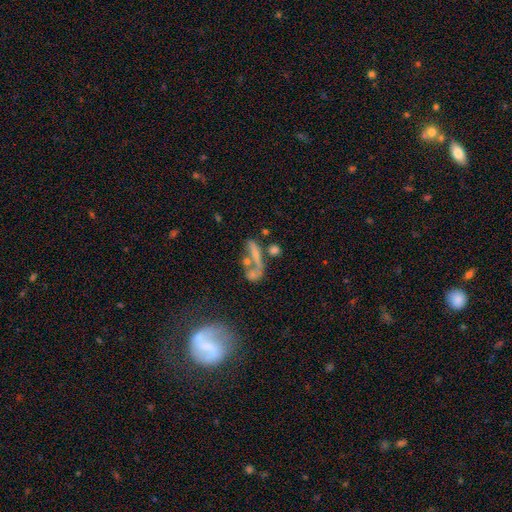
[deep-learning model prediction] Smooth or featured? Predicted: smooth (p=0.42). Merging? Predicted: merger (p=0.35).